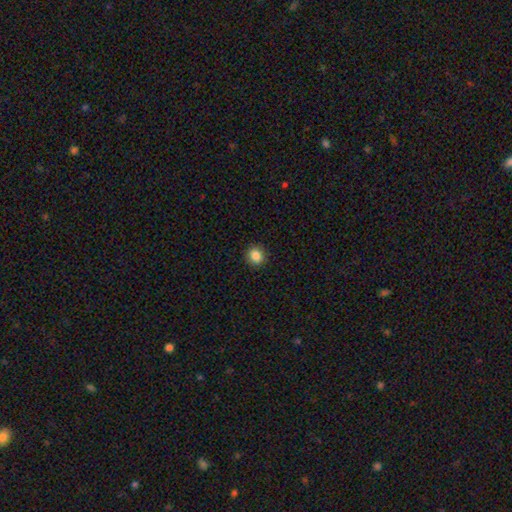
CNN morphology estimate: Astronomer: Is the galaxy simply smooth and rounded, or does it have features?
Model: smooth — 86%.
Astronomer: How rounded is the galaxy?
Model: round — 88%.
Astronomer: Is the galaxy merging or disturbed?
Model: none — 92%.